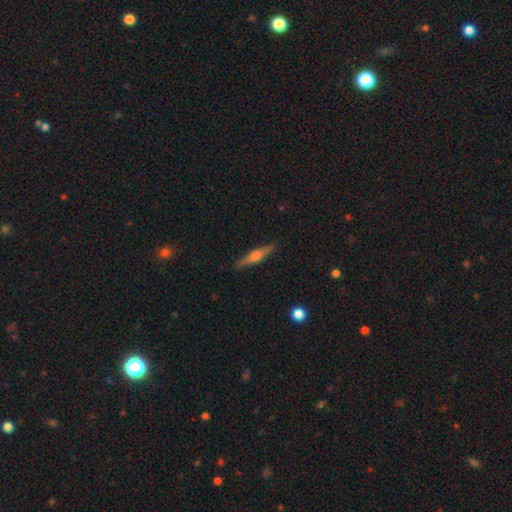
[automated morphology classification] smooth-or-featured: featured or disk: 69% | smooth: 25% | star or artifact: 6%
  disk-edge-on: yes: 98% | no: 2%
    edge-on-bulge: rounded: 87% | boxy: 10% | none: 3%
  merging: none: 90% | minor disturbance: 7% | major disturbance: 2% | merger: 1%